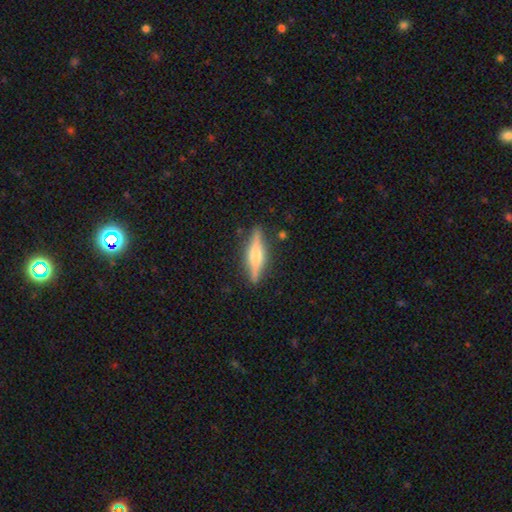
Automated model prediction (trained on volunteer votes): Morphology: type=featured or disk (62%); edge-on=yes (95%); edge-on bulge=rounded (80%); merging=none (85%).